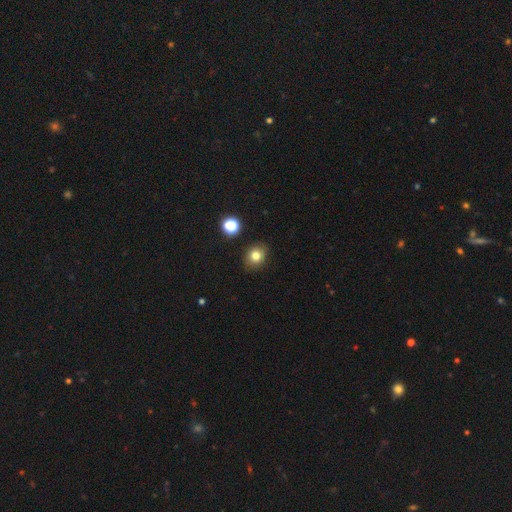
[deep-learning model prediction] smooth_or_featured: smooth (p=0.80) [alt: star or artifact p=0.12]
how_rounded: round (p=0.63) [alt: in between p=0.36]
merging: none (p=0.87) [alt: minor disturbance p=0.09]